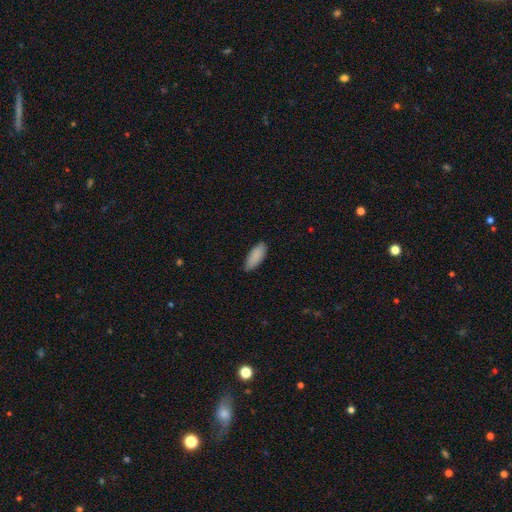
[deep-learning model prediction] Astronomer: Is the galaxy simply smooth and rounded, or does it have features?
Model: smooth — 89%.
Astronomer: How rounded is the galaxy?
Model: in between — 78%.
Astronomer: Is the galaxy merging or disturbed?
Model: none — 82%.